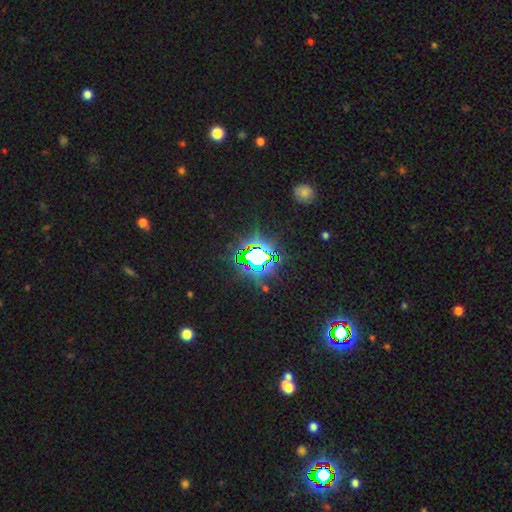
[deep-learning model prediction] Smooth or featured: star or artifact — 79% (smooth — 12%)